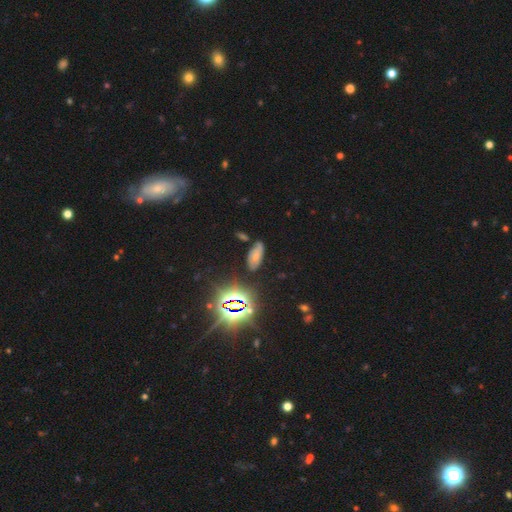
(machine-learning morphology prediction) A smooth galaxy with no disk features (43%). Merging: none (72%).